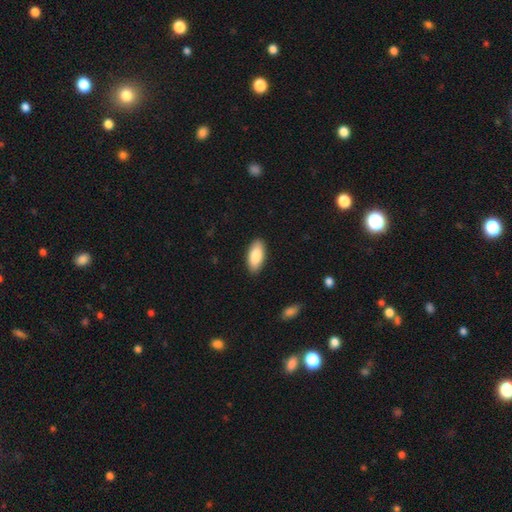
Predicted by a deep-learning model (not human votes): Smooth or featured? Predicted: smooth (p=0.87). How rounded? Predicted: in between (p=0.88). Merging? Predicted: none (p=0.89).